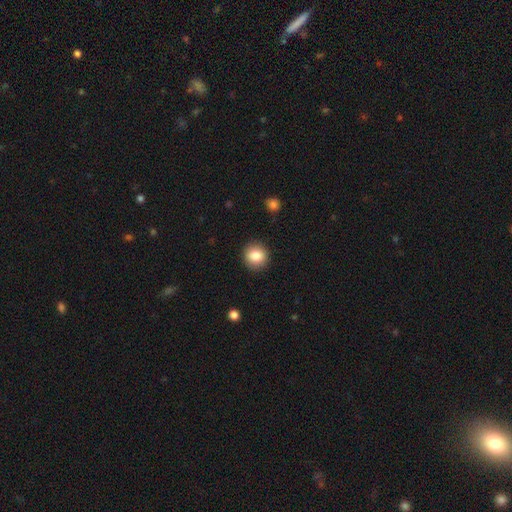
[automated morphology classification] The model was most divided on "smooth or featured": smooth: 84%, star or artifact: 9%, featured or disk: 7%. More confident: merging — none (90%); how rounded — round (88%).